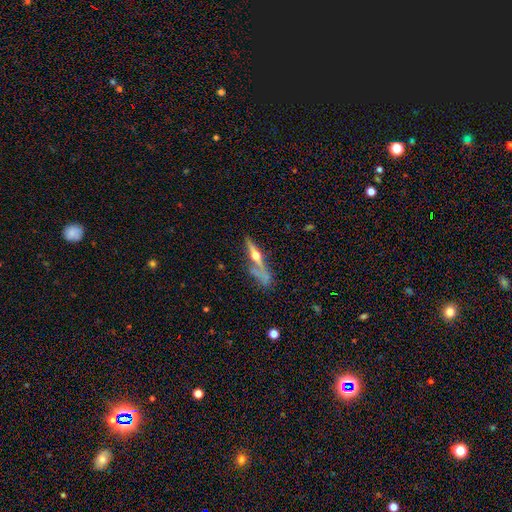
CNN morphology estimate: A featured or disk galaxy (65%) viewed edge-on (93%) with a rounded central bulge (92%).

Vote fractions:
- Smooth or featured? featured or disk: 65% / smooth: 28% / star or artifact: 7%
- Edge-on disk? yes: 93% / no: 7%
- Edge-on bulge? rounded: 92% / none: 5% / boxy: 4%
- Merging? none: 56% / minor disturbance: 20% / merger: 13% / major disturbance: 11%